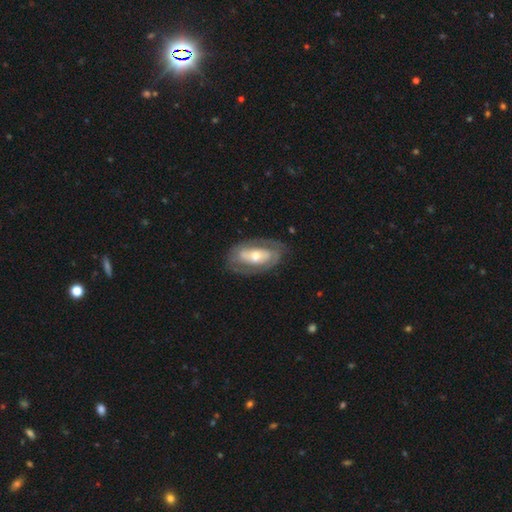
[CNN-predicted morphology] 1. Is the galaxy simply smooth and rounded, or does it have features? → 73% featured or disk, 22% smooth, 5% star or artifact.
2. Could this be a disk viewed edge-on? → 92% no, 8% yes.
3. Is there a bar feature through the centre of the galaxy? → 47% no, 27% weak, 25% strong.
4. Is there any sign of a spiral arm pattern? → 67% yes, 33% no.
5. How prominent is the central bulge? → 60% moderate, 30% small, 7% large, 1% dominant, 1% none.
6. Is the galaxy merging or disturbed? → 75% none, 15% minor disturbance, 8% major disturbance, 1% merger.